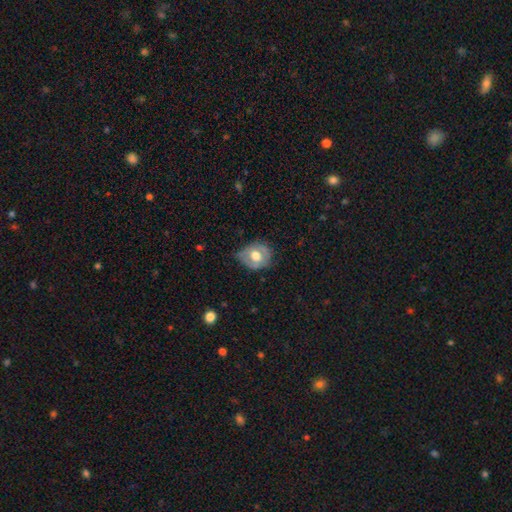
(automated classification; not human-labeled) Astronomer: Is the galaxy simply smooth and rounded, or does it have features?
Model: smooth — 54% (runner-up: featured or disk, 39%).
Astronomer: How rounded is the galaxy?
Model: round — 63%.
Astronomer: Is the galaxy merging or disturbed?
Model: none — 52% (runner-up: minor disturbance, 34%).